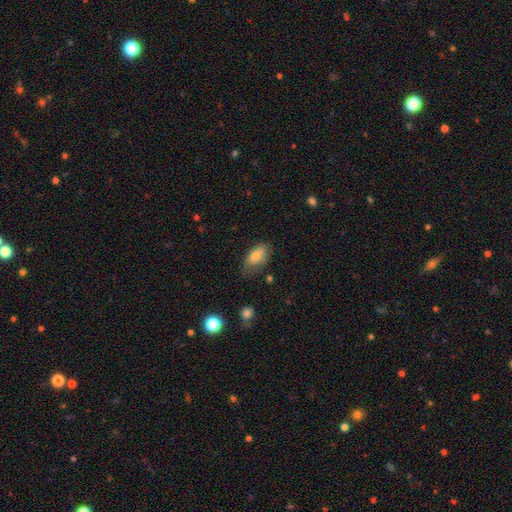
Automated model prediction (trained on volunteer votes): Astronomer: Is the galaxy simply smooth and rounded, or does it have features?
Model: smooth — 75%.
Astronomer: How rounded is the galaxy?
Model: in between — 89%.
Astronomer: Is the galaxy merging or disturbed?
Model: none — 65%.